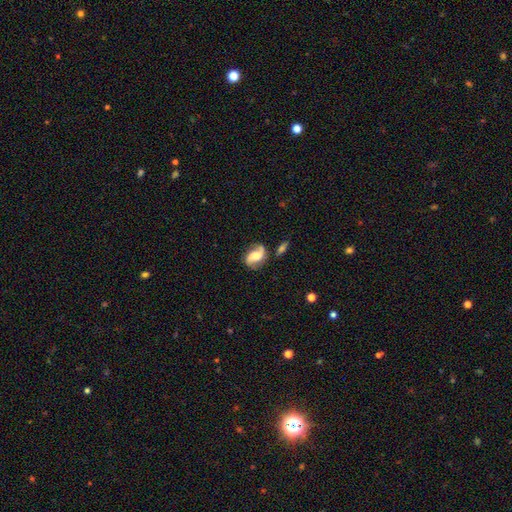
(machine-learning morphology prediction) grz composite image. It shows a featured or disk galaxy (71%) with no bar (52%), 2 (89%) loose (47%) spiral arms (93%) and a moderate central bulge (46%). Merging: none (67%).